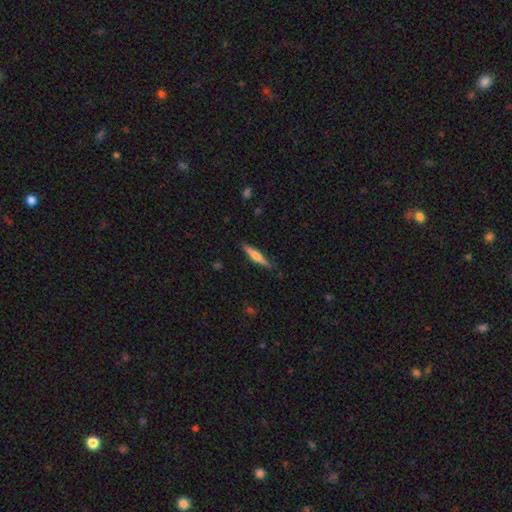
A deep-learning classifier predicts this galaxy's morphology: This appears to be a featured or disk galaxy (57%) viewed edge-on (97%) with a rounded central bulge (86%). Merging: none (88%).